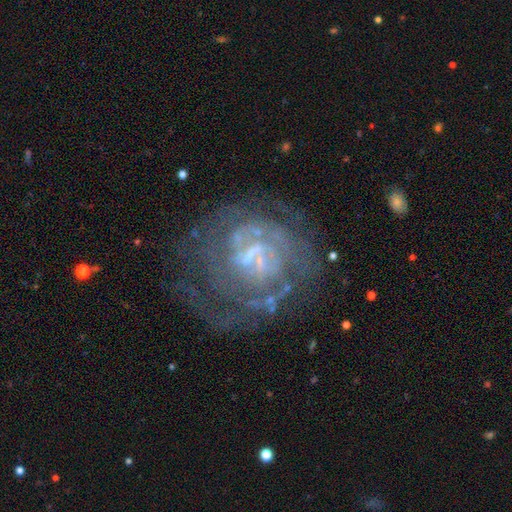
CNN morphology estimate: This appears to be a featured or disk galaxy (79%) with no bar (50%), tight (60%) spiral arms (73%) and a small central bulge (47%). Merging: none (60%).